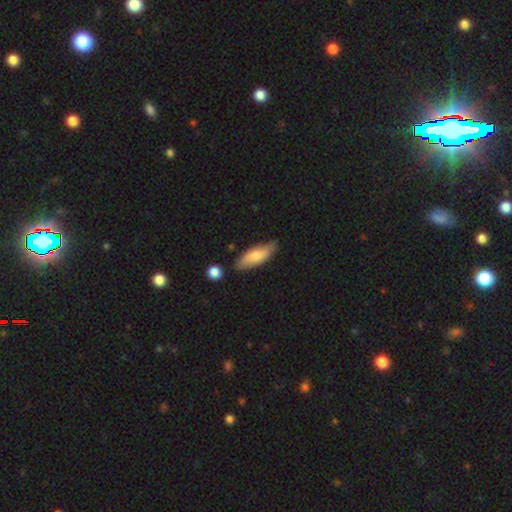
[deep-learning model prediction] smooth 76%, featured or disk 19%, star or artifact 5%. Down the decision tree: how rounded — in between (67%); merging — none (76%).